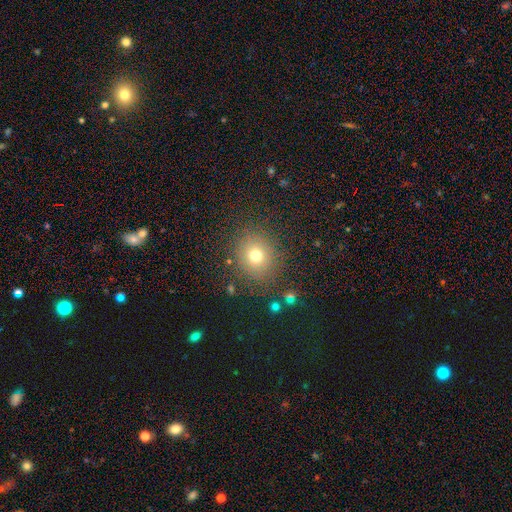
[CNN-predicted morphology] smooth_or_featured: smooth (p=0.72) [alt: star or artifact p=0.17]
how_rounded: round (p=0.84) [alt: in between p=0.16]
merging: none (p=0.85) [alt: minor disturbance p=0.09]